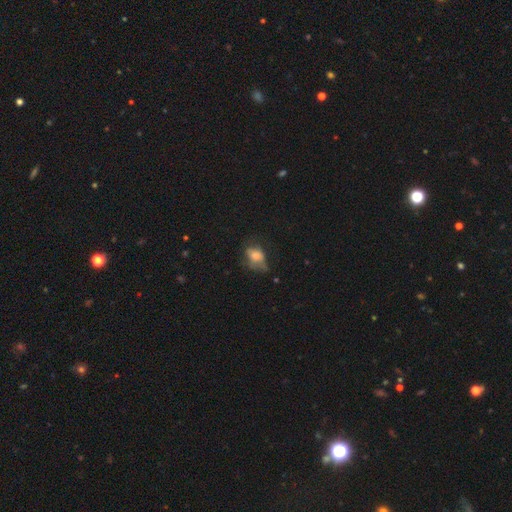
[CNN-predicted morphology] Q: Smooth or featured?
A: smooth (65%); runner-up: featured or disk (24%)
Q: How rounded?
A: in between (75%); runner-up: round (24%)
Q: Merging?
A: none (34%); runner-up: minor disturbance (32%)